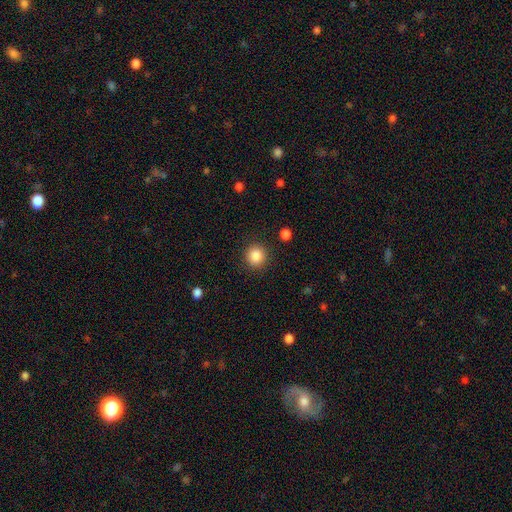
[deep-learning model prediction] Morphology: type=smooth (86%); roundness=round (91%); merging=none (90%).